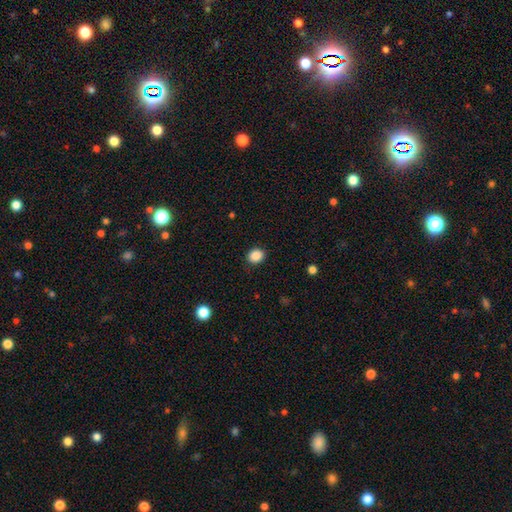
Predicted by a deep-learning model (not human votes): Smooth or featured? Predicted: smooth (p=0.88). How rounded? Predicted: round (p=0.67). Merging? Predicted: none (p=0.89).